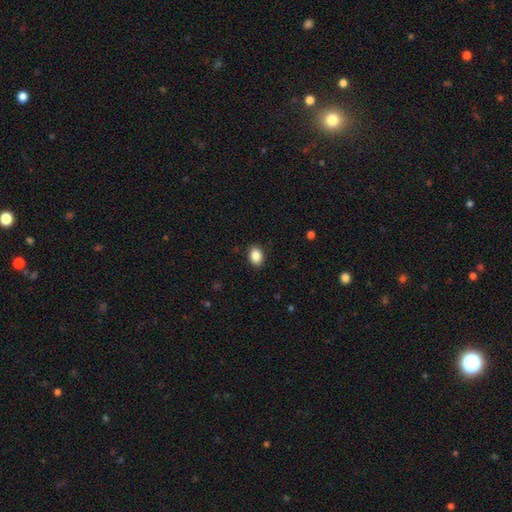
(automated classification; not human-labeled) Overall: smooth (88%). How rounded: in between (73%). Merging: none (90%).